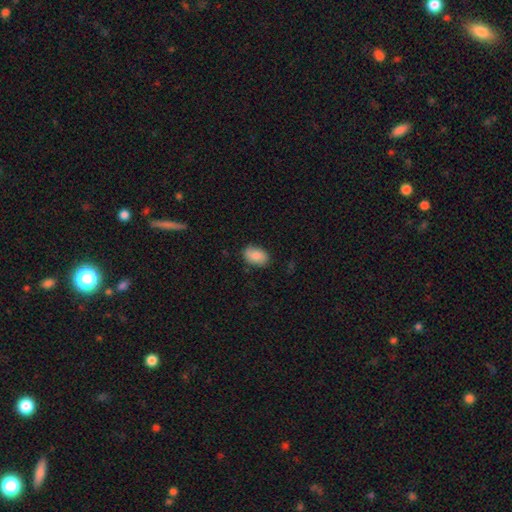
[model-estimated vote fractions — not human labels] Overall: smooth (84%). How rounded: in between (88%). Merging: none (83%).